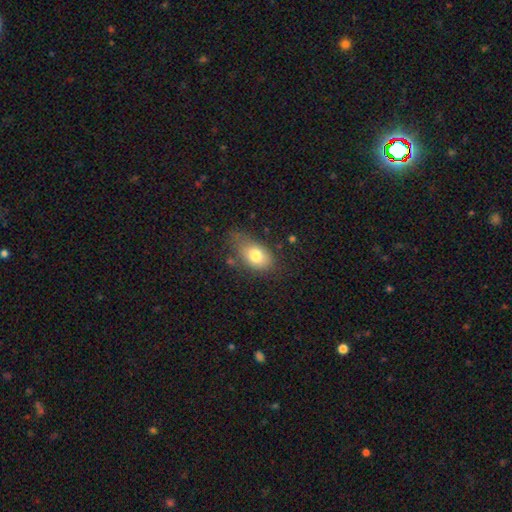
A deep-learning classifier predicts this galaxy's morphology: Overall: smooth (77%). How rounded: in between (85%). Merging: none (49%; minor disturbance 34%).